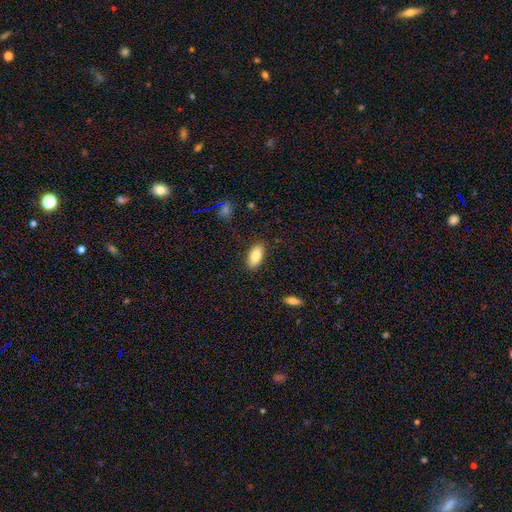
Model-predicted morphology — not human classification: This is clearly a smooth galaxy (82%). How rounded: clearly in between (87%). Merging: clearly none (86%).